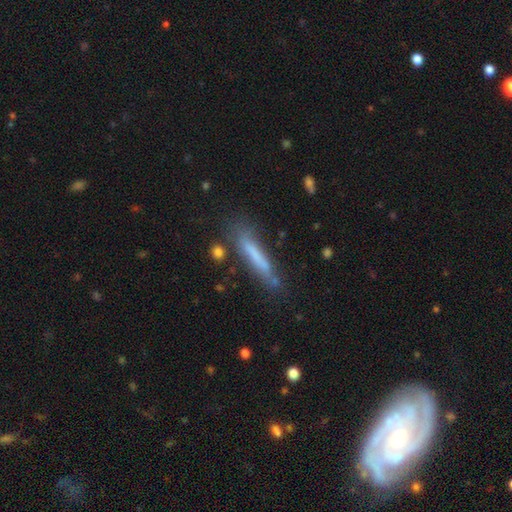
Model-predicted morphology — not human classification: The model was most divided on "smooth or featured": smooth: 62%, featured or disk: 29%, star or artifact: 9%. More confident: how rounded — cigar-shaped (92%); merging — none (71%).